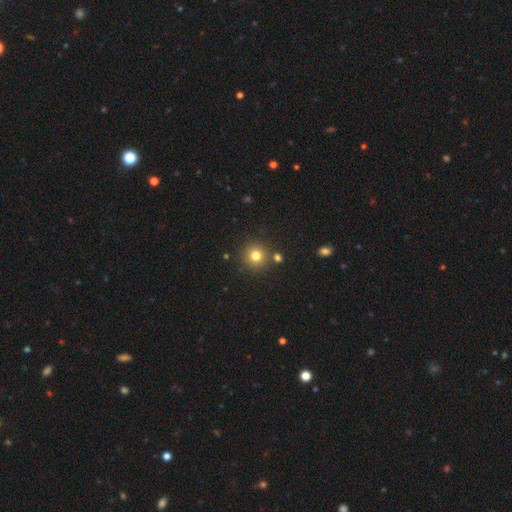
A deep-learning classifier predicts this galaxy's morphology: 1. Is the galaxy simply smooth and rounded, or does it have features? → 79% smooth, 14% star or artifact, 8% featured or disk.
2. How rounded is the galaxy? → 94% round, 5% in between, 1% cigar-shaped.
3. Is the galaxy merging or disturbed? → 84% none, 7% minor disturbance, 6% merger, 3% major disturbance.